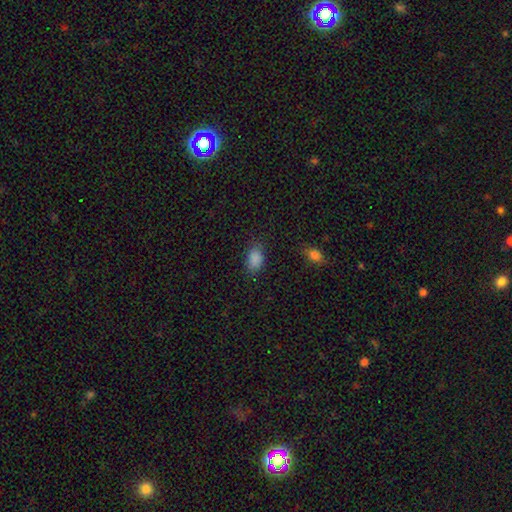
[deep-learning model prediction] Smooth or featured? smooth (81%)
How rounded? in between (84%)
Merging? none (81%)